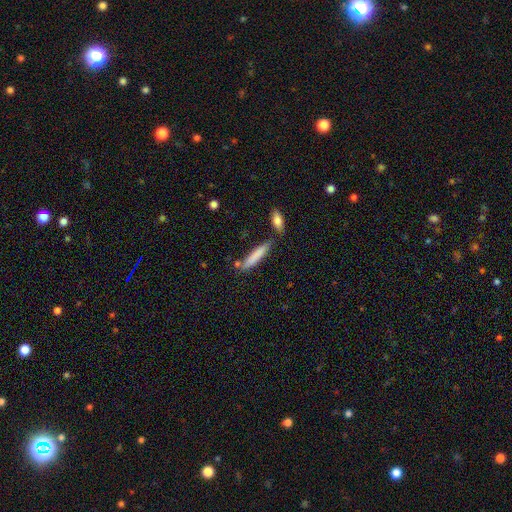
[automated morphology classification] This is clearly a smooth galaxy (80%). How rounded: clearly cigar-shaped (88%). Merging: likely none (75%).